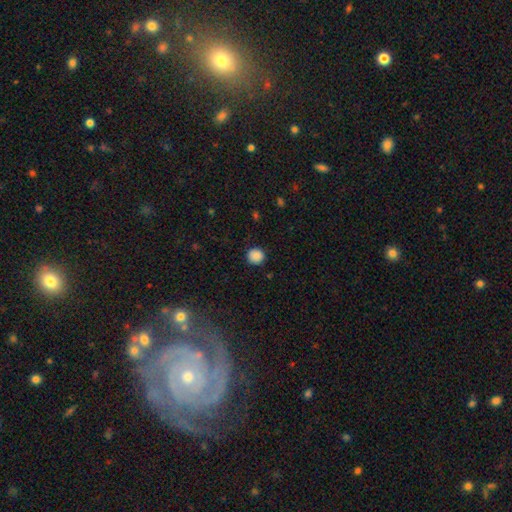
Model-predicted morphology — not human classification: Smooth or featured: smooth — 88% (star or artifact — 9%)
How rounded: round — 91% (in between — 8%)
Merging: none — 89% (minor disturbance — 8%)